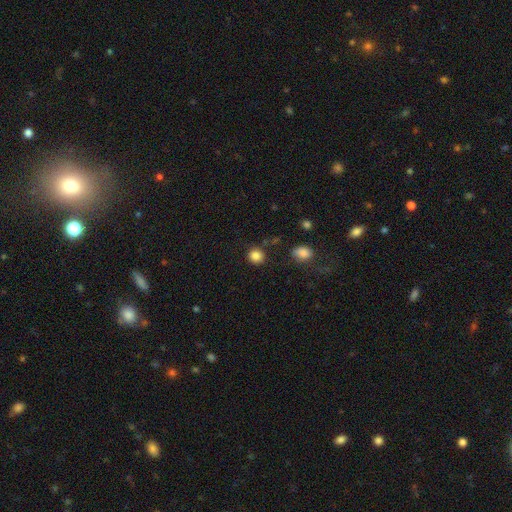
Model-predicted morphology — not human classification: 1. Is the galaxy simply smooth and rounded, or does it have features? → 86% smooth, 10% star or artifact, 4% featured or disk.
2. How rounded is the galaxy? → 85% round, 14% in between, 1% cigar-shaped.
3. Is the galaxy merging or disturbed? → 83% none, 10% minor disturbance, 4% merger, 3% major disturbance.